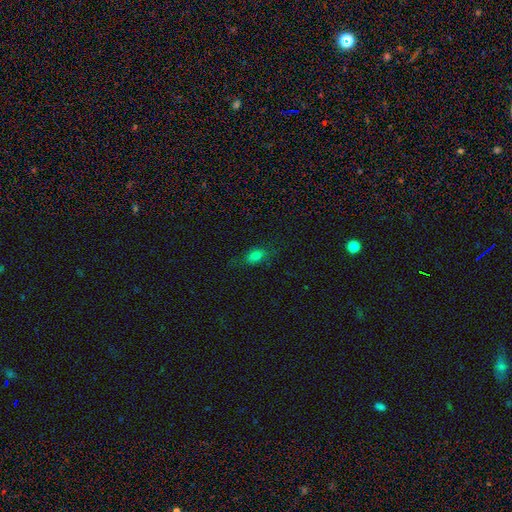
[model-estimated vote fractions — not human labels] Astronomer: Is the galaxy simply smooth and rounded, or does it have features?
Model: smooth — 77%.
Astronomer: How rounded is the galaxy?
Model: in between — 85%.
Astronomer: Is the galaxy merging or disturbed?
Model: none — 72%.